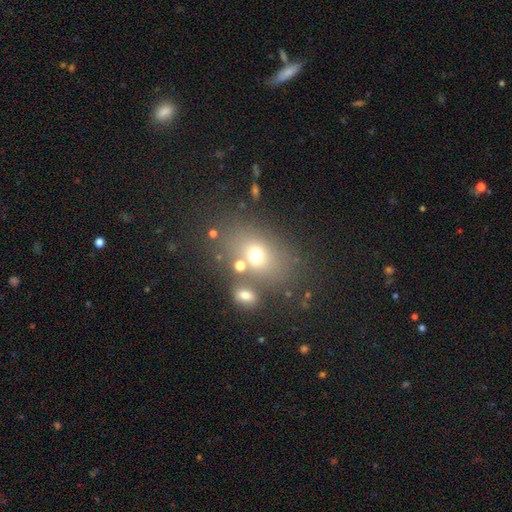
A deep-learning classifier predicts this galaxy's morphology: smooth_or_featured: smooth (p=0.65) [alt: star or artifact p=0.18]
how_rounded: in between (p=0.65) [alt: round p=0.34]
merging: none (p=0.61) [alt: merger p=0.18]